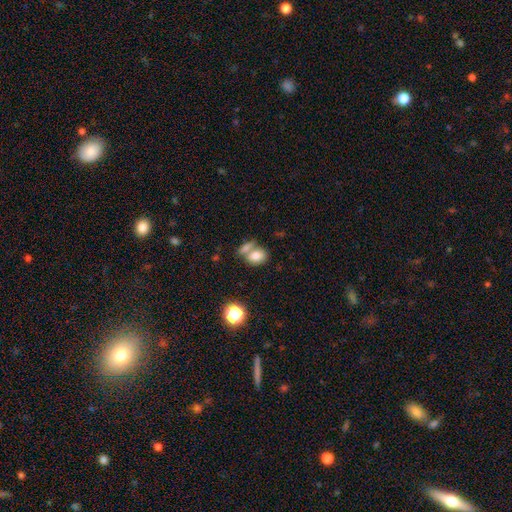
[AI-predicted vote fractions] Smooth or featured?
  - smooth: 78% *
  - featured or disk: 12%
  - star or artifact: 10%
How rounded?
  - in between: 68% *
  - round: 30%
  - cigar-shaped: 2%
Merging?
  - merger: 46% *
  - none: 40%
  - minor disturbance: 10%
  - major disturbance: 4%